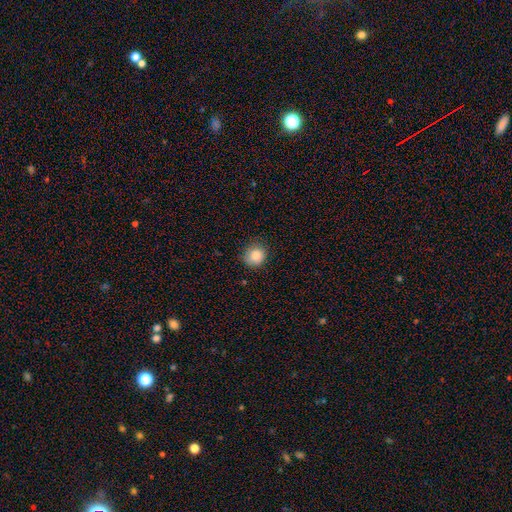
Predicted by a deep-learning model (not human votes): This appears to be a smooth galaxy with no disk features (85%) that is round (88%). Merging: none (80%).